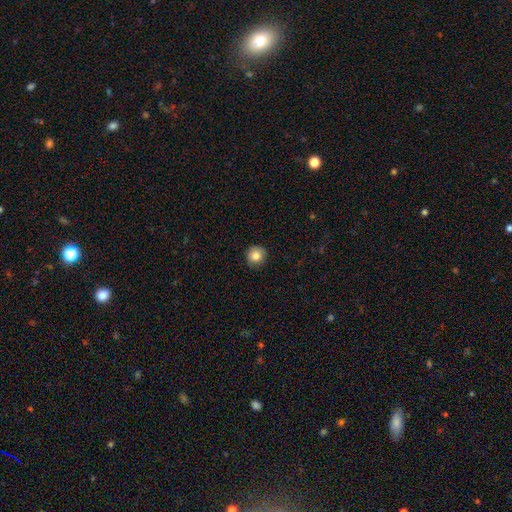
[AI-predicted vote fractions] Smooth or featured?
  - smooth: 84% *
  - star or artifact: 10%
  - featured or disk: 6%
How rounded?
  - round: 93% *
  - in between: 6%
  - cigar-shaped: 1%
Merging?
  - none: 87% *
  - minor disturbance: 10%
  - major disturbance: 2%
  - merger: 1%